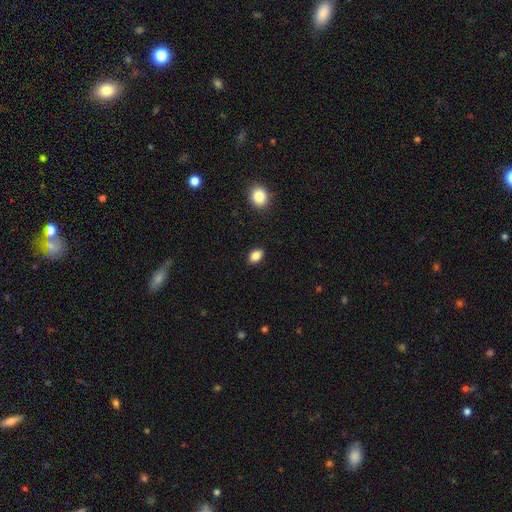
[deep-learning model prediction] smooth 86%, star or artifact 9%, featured or disk 4%. Down the decision tree: how rounded — in between (80%); merging — none (88%).